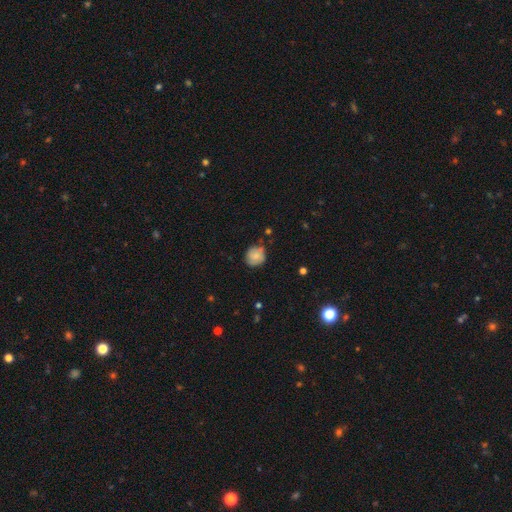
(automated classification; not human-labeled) smooth_or_featured: smooth (p=0.75) [alt: featured or disk p=0.17]
how_rounded: round (p=0.86) [alt: in between p=0.13]
merging: none (p=0.72) [alt: minor disturbance p=0.21]